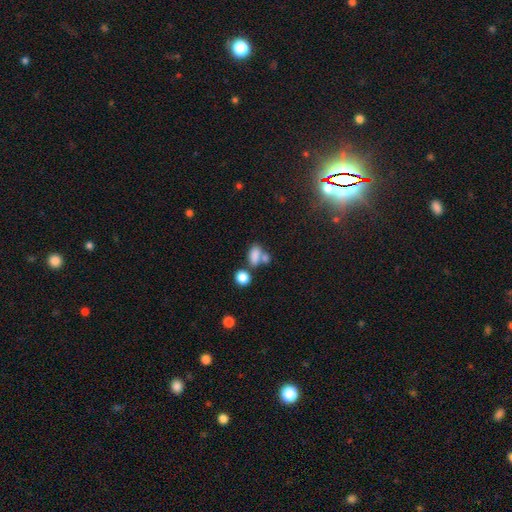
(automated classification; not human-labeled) Smooth or featured? Predicted: smooth (p=0.79). How rounded? Predicted: in between (p=0.82). Merging? Predicted: merger (p=0.44).